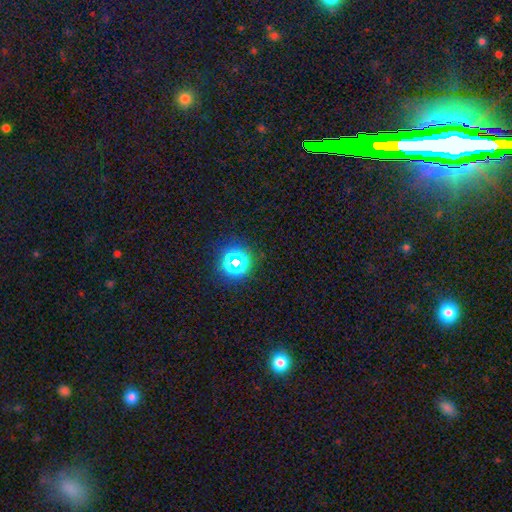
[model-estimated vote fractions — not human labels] smooth-or-featured: star or artifact: 69% | smooth: 23% | featured or disk: 8%